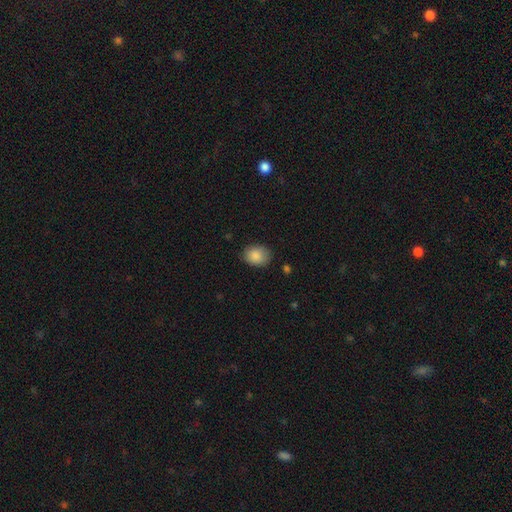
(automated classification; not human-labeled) Smooth or featured: smooth — 87% (star or artifact — 8%)
How rounded: in between — 60% (round — 39%)
Merging: none — 80% (minor disturbance — 15%)